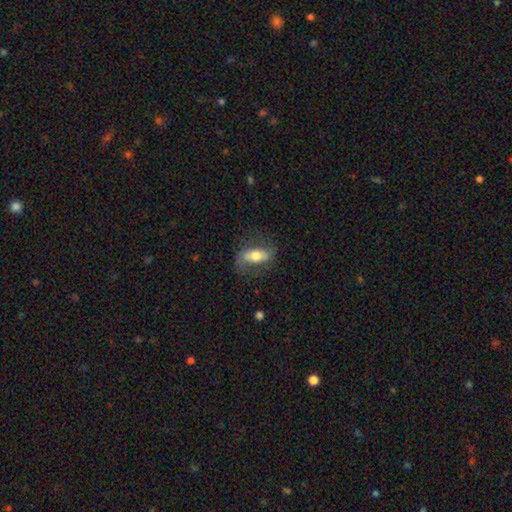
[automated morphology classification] Smooth or featured? Predicted: featured or disk (p=0.47). Merging? Predicted: none (p=0.70).